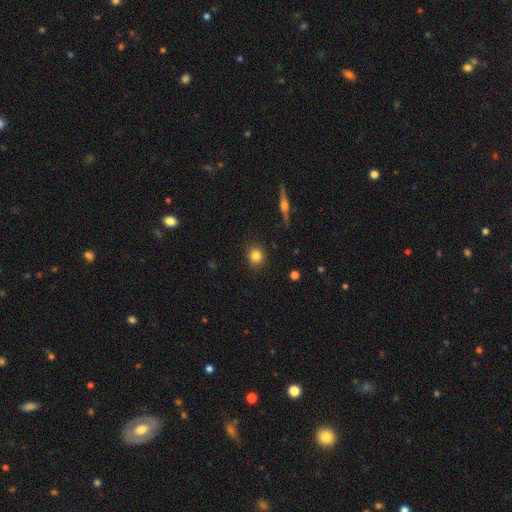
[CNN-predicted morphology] Smooth or featured? Predicted: smooth (p=0.82). How rounded? Predicted: round (p=0.86). Merging? Predicted: none (p=0.90).